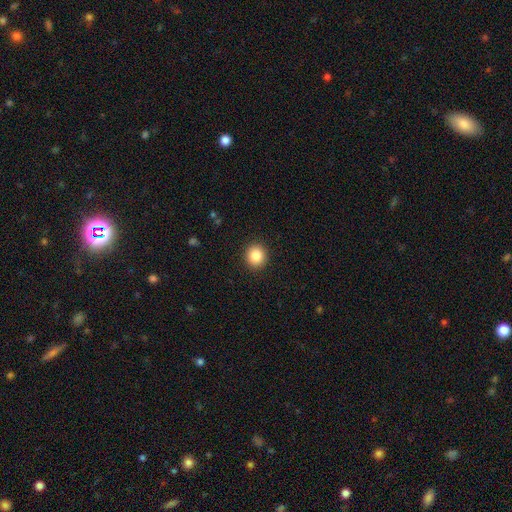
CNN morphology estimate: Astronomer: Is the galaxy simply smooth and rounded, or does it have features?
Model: smooth — 86%.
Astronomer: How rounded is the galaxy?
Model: round — 87%.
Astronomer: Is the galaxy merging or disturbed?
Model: none — 91%.